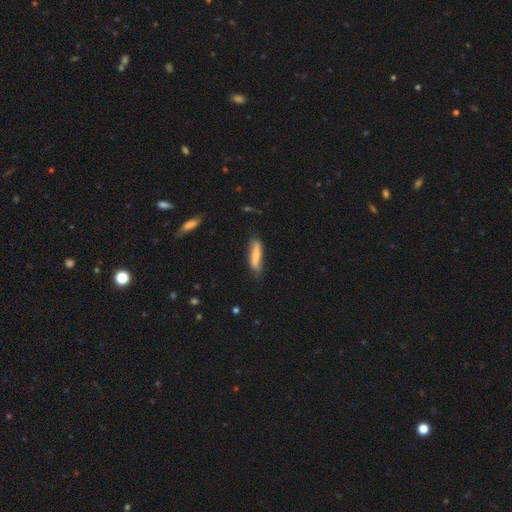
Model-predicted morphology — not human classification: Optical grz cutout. It shows a smooth galaxy with no disk features (60%) that is cigar-shaped (74%). Merging: none (73%).